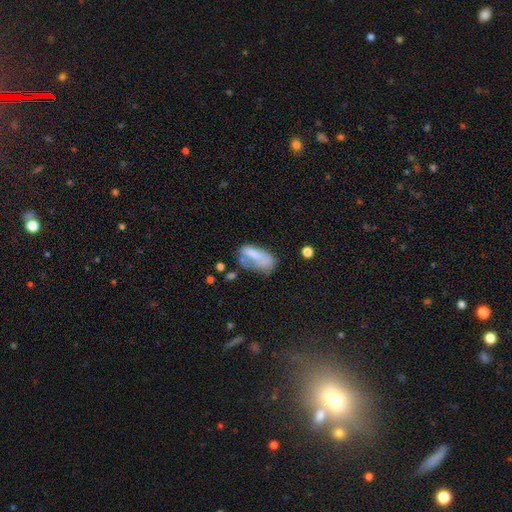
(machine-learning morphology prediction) The model was most divided on "merging": major disturbance: 33%, minor disturbance: 28%, none: 28%, merger: 10%. More confident: how rounded — in between (83%); smooth or featured — smooth (64%).